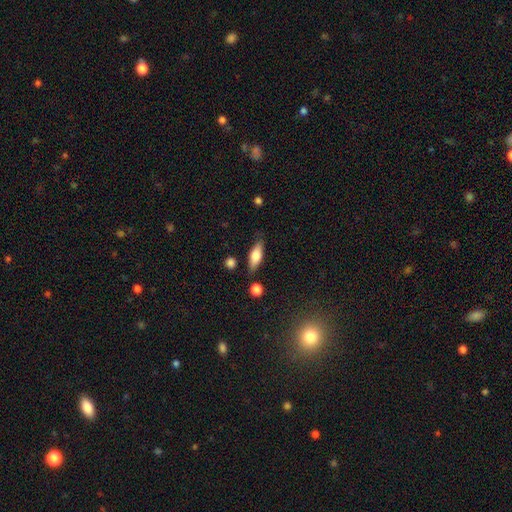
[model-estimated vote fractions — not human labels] smooth 68%, featured or disk 25%, star or artifact 7%. Down the decision tree: how rounded — in between (63%); merging — none (77%).